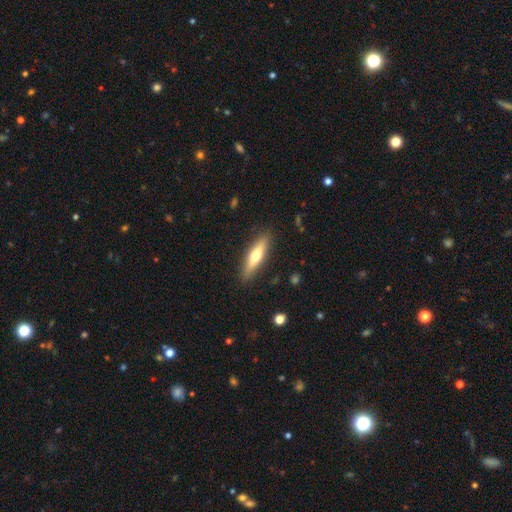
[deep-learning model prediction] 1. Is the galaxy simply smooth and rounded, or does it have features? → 51% smooth, 43% featured or disk, 6% star or artifact.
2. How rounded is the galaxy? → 75% cigar-shaped, 23% in between, 2% round.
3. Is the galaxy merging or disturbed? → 88% none, 9% minor disturbance, 2% major disturbance, 1% merger.